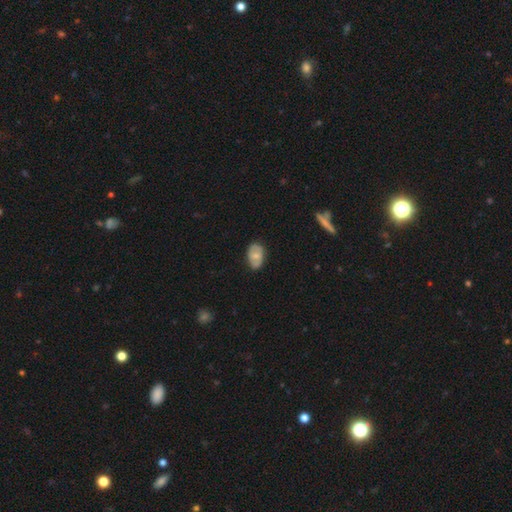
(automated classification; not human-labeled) smooth-or-featured: smooth: 55% | featured or disk: 38% | star or artifact: 7%
  how-rounded: in between: 87% | round: 11% | cigar-shaped: 2%
  merging: none: 73% | minor disturbance: 22% | major disturbance: 4% | merger: 2%